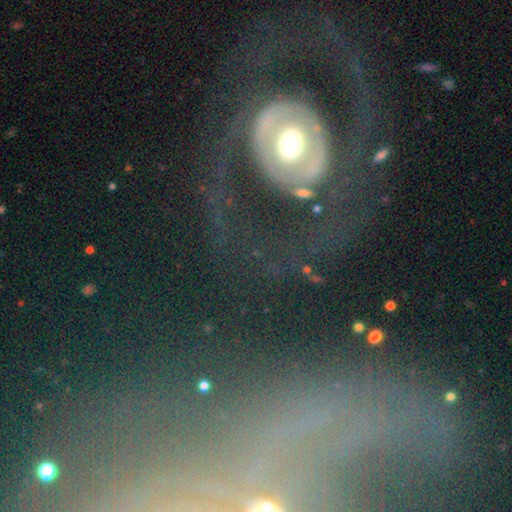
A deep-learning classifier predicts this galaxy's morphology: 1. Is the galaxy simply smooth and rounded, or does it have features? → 65% featured or disk, 25% smooth, 10% star or artifact.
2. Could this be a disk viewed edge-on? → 95% no, 5% yes.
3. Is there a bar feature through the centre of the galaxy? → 67% no, 20% weak, 14% strong.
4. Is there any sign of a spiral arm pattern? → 50% yes (tied), 50% no (tied).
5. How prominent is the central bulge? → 66% moderate, 16% large, 14% small, 3% dominant, 2% none.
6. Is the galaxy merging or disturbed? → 73% none, 12% major disturbance, 12% minor disturbance, 3% merger.